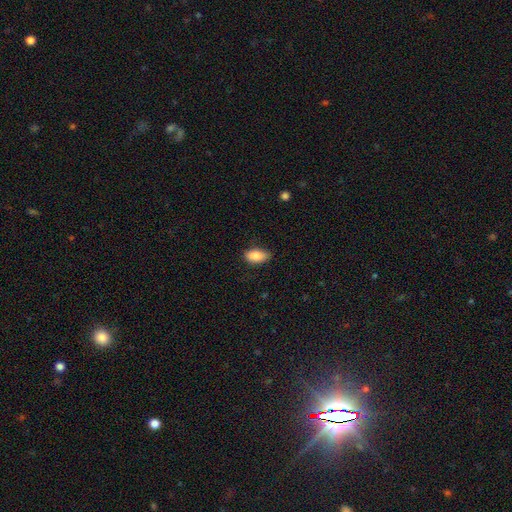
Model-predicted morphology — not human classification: Smooth or featured? Predicted: smooth (p=0.87). How rounded? Predicted: in between (p=0.91). Merging? Predicted: none (p=0.79).